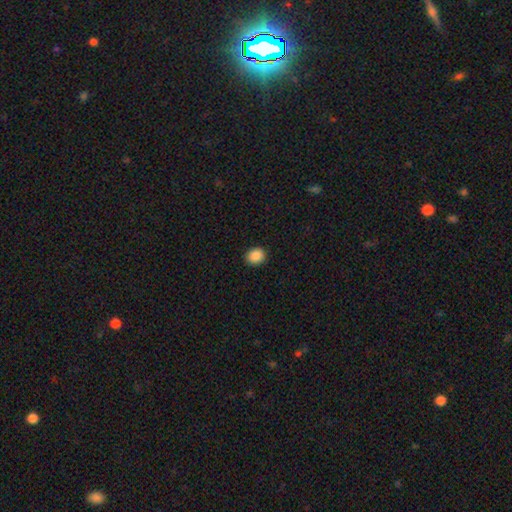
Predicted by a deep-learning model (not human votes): This appears to be a smooth galaxy with no disk features (89%) that is round (64%). Merging: none (91%).